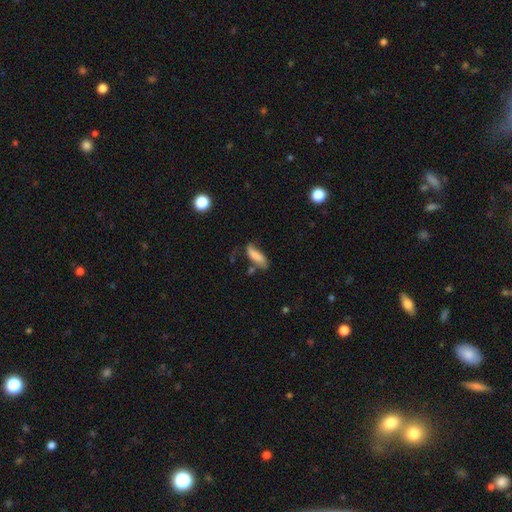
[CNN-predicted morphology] This appears to be a smooth galaxy with no disk features (76%) that is in between round and cigar-shaped (62%). Merging: none (46%).